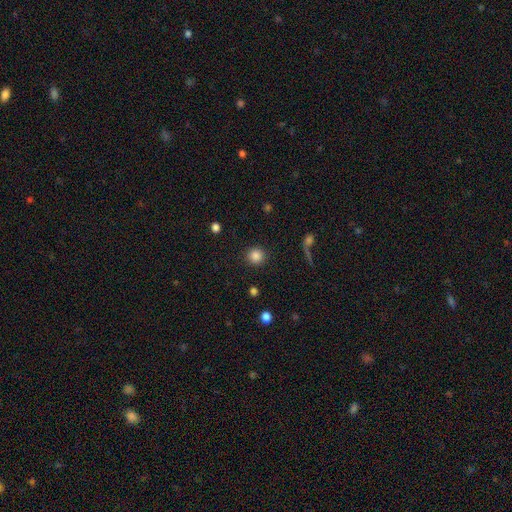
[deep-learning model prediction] Morphology: type=smooth (85%); roundness=round (93%); merging=none (91%).